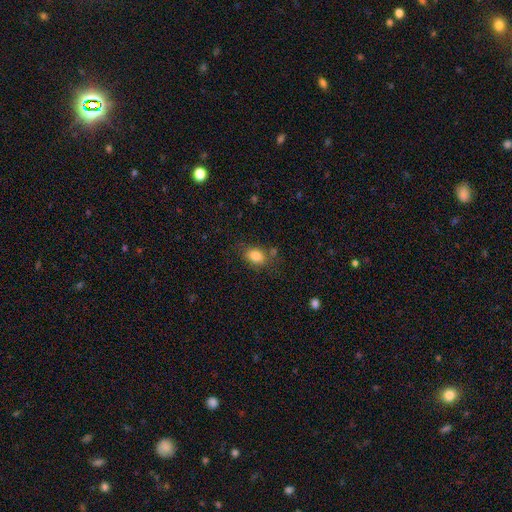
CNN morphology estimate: A smooth galaxy with no disk features (84%) that is in between round and cigar-shaped (77%). Merging: none (69%).